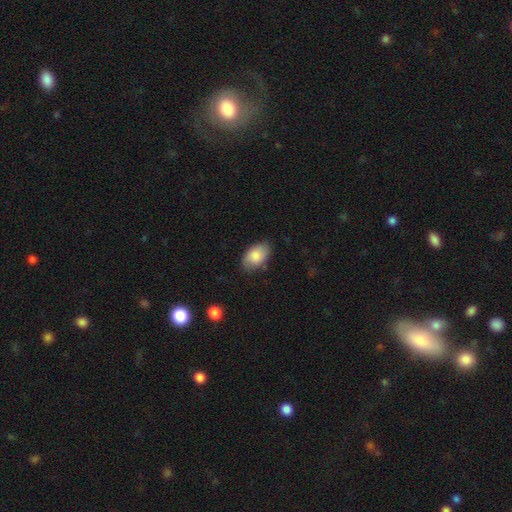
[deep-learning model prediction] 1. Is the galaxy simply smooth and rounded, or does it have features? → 86% smooth, 8% featured or disk, 6% star or artifact.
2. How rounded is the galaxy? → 92% in between, 7% round, 1% cigar-shaped.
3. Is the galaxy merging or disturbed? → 78% none, 17% minor disturbance, 3% major disturbance, 1% merger.